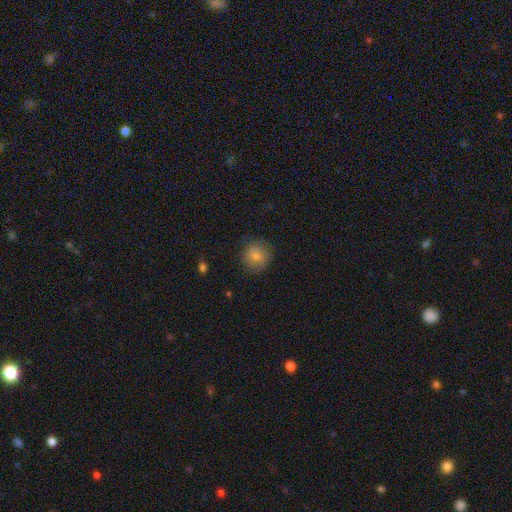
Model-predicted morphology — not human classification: smooth_or_featured: smooth (p=0.80) [alt: star or artifact p=0.10]
how_rounded: round (p=0.89) [alt: in between p=0.10]
merging: none (p=0.83) [alt: minor disturbance p=0.12]